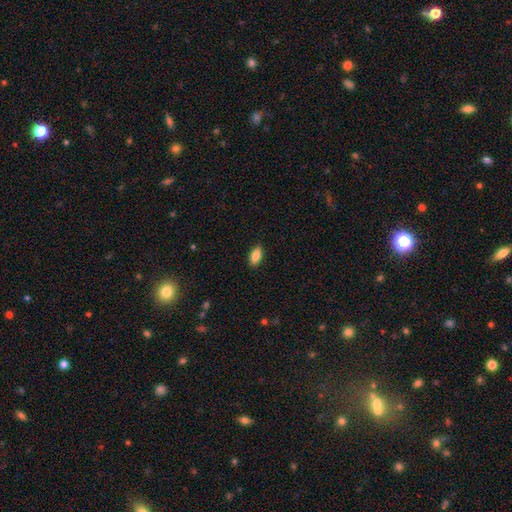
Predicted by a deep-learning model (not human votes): Morphology: type=smooth (86%); roundness=in between (88%); merging=none (88%).